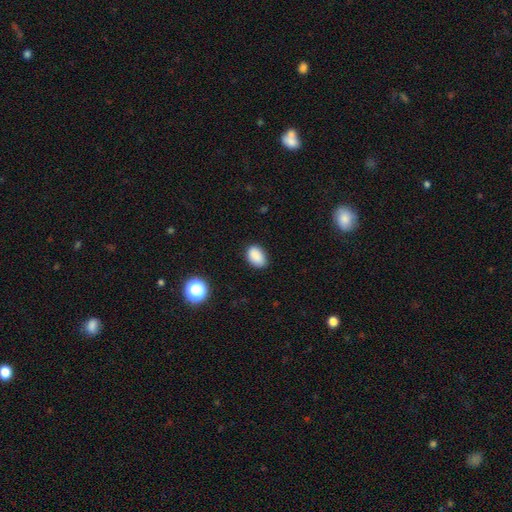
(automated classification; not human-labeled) Smooth or featured: smooth — 87% (star or artifact — 9%)
How rounded: in between — 86% (round — 13%)
Merging: none — 81% (minor disturbance — 15%)